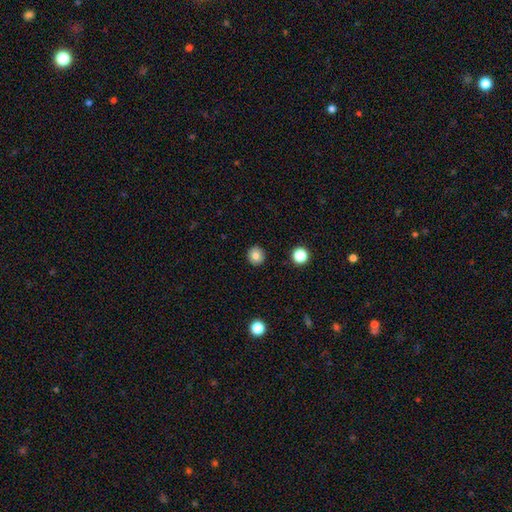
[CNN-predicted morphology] Q: Smooth or featured?
A: smooth (81%); runner-up: star or artifact (10%)
Q: How rounded?
A: round (94%); runner-up: in between (5%)
Q: Merging?
A: none (92%); runner-up: minor disturbance (5%)